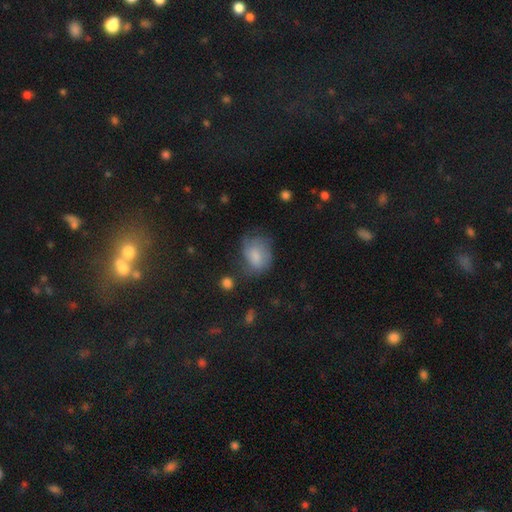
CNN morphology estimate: This is likely a smooth galaxy (68%). How rounded: likely in between (62%). Merging: marginally none (41%).